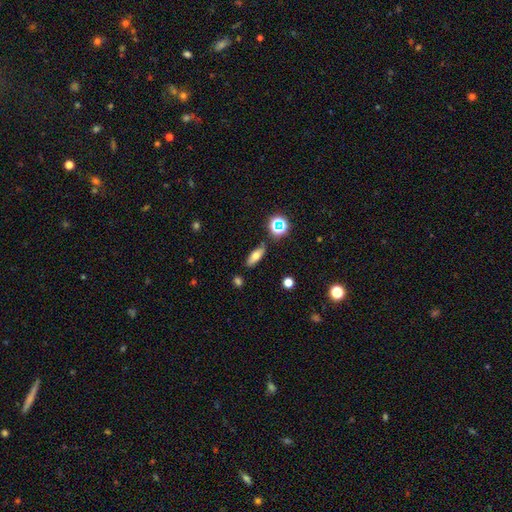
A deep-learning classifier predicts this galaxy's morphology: Overall: smooth (65%). How rounded: in between (63%; cigar-shaped 31%). Merging: none (83%).